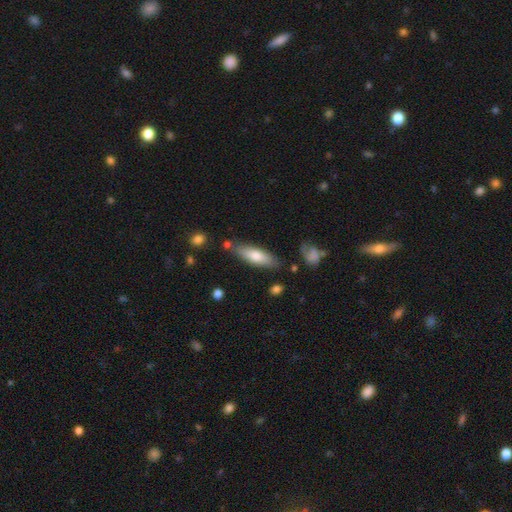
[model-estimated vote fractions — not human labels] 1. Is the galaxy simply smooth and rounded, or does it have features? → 70% smooth, 24% featured or disk, 6% star or artifact.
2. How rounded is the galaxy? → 56% cigar-shaped, 43% in between, 2% round.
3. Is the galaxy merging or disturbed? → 79% none, 14% minor disturbance, 5% merger, 3% major disturbance.